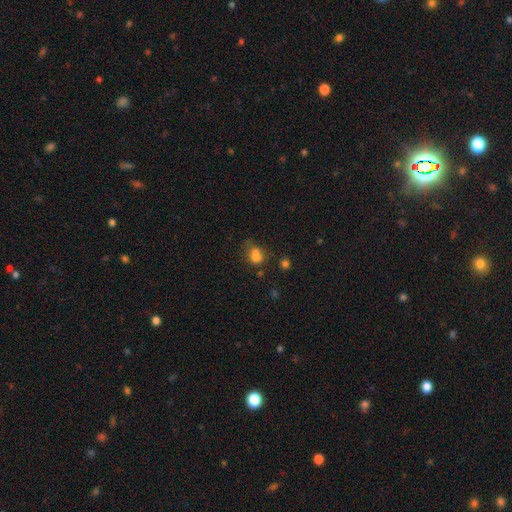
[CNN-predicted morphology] Q: Smooth or featured?
A: smooth (73%); runner-up: star or artifact (16%)
Q: How rounded?
A: in between (53%); runner-up: round (45%)
Q: Merging?
A: none (40%); runner-up: merger (26%)